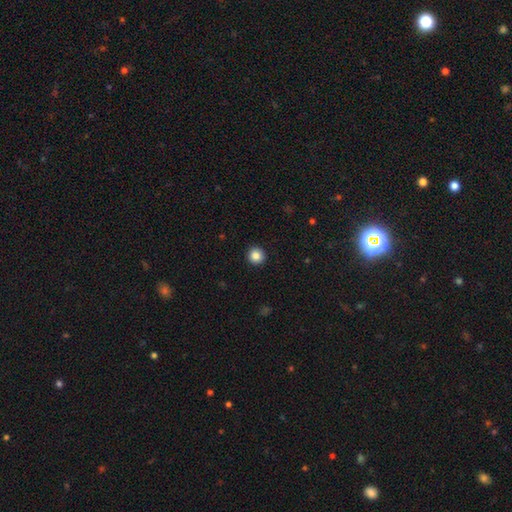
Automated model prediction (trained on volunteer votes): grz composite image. It shows a smooth galaxy with no disk features (86%) that is round (95%). Merging: none (94%).